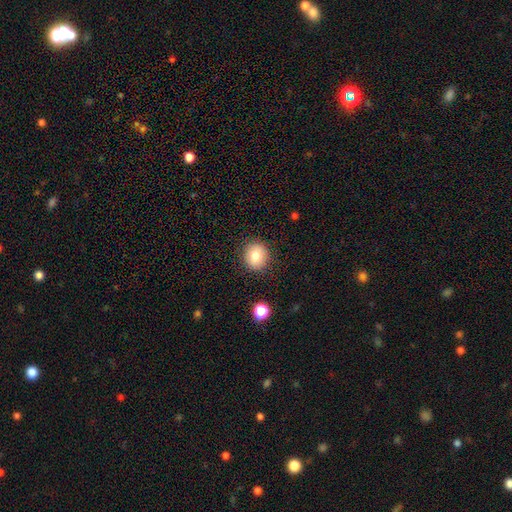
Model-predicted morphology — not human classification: This is likely a smooth galaxy (79%). How rounded: clearly round (85%). Merging: clearly none (89%).